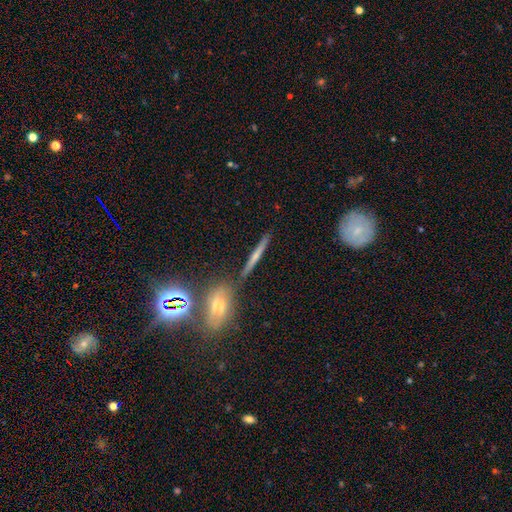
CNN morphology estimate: smooth 50%, featured or disk 42%, star or artifact 9%. Down the decision tree: merging — none (80%).